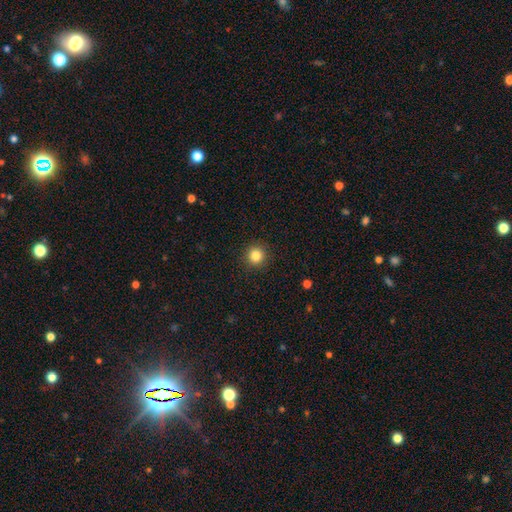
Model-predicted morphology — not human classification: smooth_or_featured: smooth (p=0.85) [alt: star or artifact p=0.11]
how_rounded: round (p=0.94) [alt: in between p=0.05]
merging: none (p=0.92) [alt: minor disturbance p=0.05]